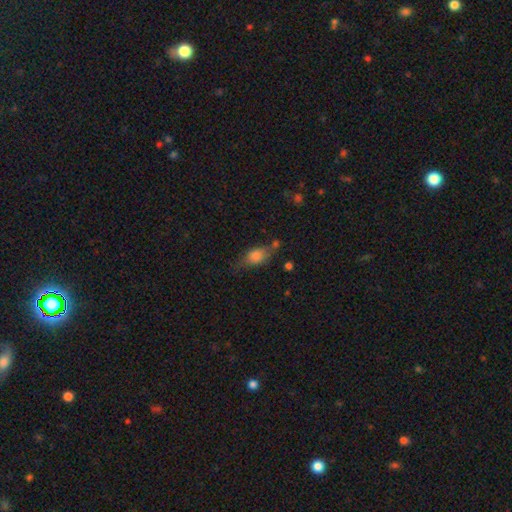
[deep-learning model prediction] A smooth galaxy with no disk features (70%) that is in between round and cigar-shaped (75%). Merging: none (54%).